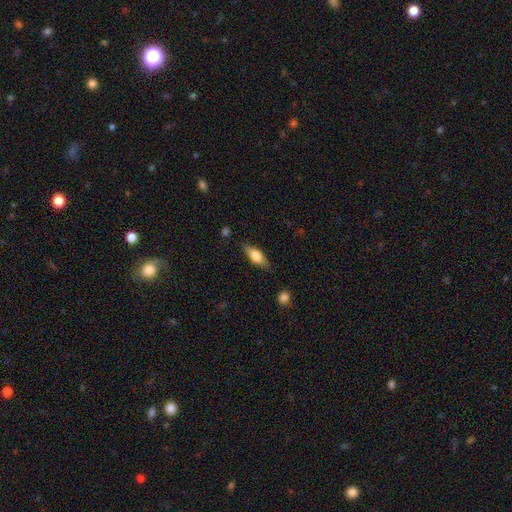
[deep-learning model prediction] smooth_or_featured: smooth (p=0.70) [alt: featured or disk p=0.24]
how_rounded: in between (p=0.68) [alt: cigar-shaped p=0.30]
merging: none (p=0.80) [alt: minor disturbance p=0.15]